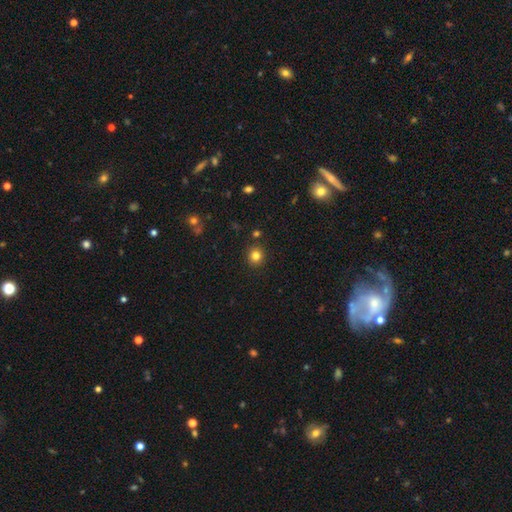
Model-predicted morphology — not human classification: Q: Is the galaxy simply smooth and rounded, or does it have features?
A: smooth — 81%.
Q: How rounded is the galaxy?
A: round — 89%.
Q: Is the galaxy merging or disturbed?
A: none — 89%.